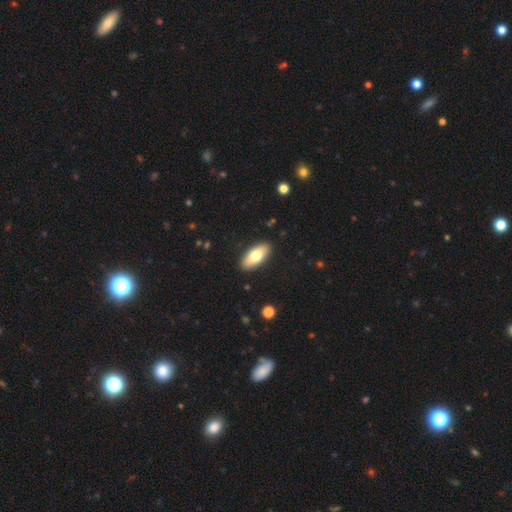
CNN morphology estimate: Smooth or featured: smooth — 74% (featured or disk — 20%)
How rounded: in between — 86% (cigar-shaped — 12%)
Merging: none — 89% (minor disturbance — 8%)